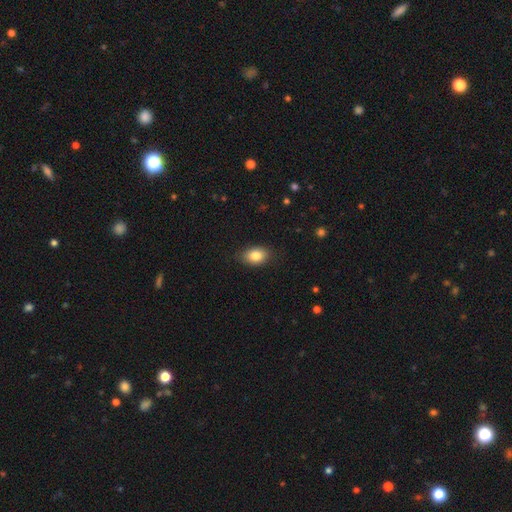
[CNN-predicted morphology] Smooth or featured?
  - smooth: 83% *
  - star or artifact: 8%
  - featured or disk: 8%
How rounded?
  - in between: 81% *
  - round: 18%
  - cigar-shaped: 1%
Merging?
  - none: 84% *
  - minor disturbance: 12%
  - major disturbance: 3%
  - merger: 1%